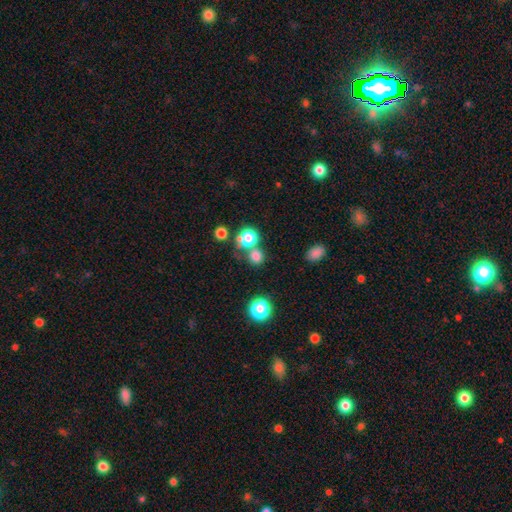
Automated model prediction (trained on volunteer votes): Q: Smooth or featured?
A: smooth (74%); runner-up: star or artifact (19%)
Q: How rounded?
A: round (83%); runner-up: in between (16%)
Q: Merging?
A: none (58%); runner-up: merger (27%)